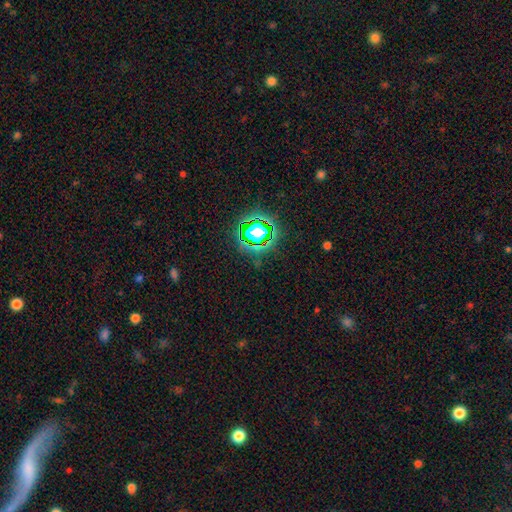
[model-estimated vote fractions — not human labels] Smooth or featured?
  - star or artifact: 78% *
  - smooth: 14%
  - featured or disk: 7%